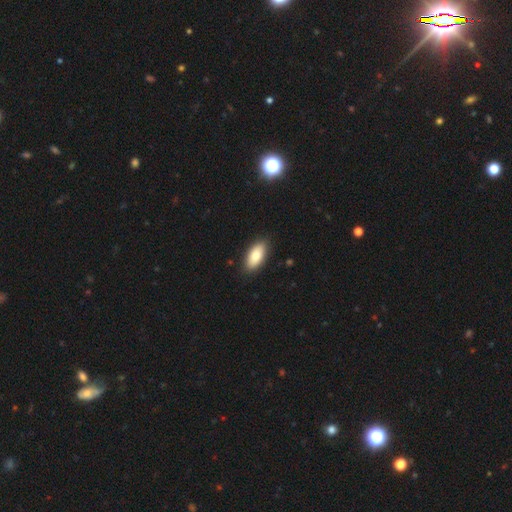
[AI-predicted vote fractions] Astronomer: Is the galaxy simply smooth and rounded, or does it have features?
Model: smooth — 83%.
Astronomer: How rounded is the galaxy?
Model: in between — 91%.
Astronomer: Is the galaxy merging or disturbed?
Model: none — 88%.